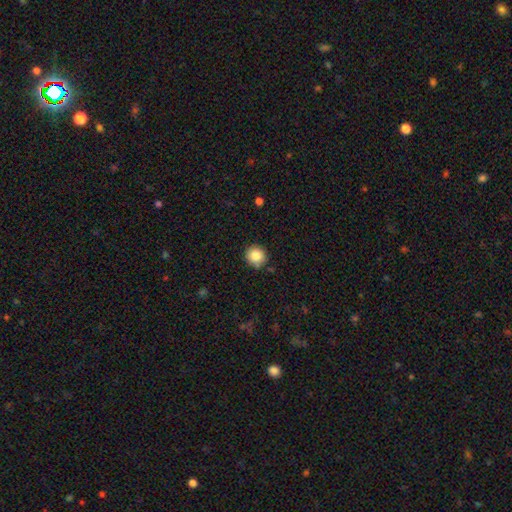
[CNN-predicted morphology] Overall: smooth (84%). How rounded: round (91%). Merging: none (87%).